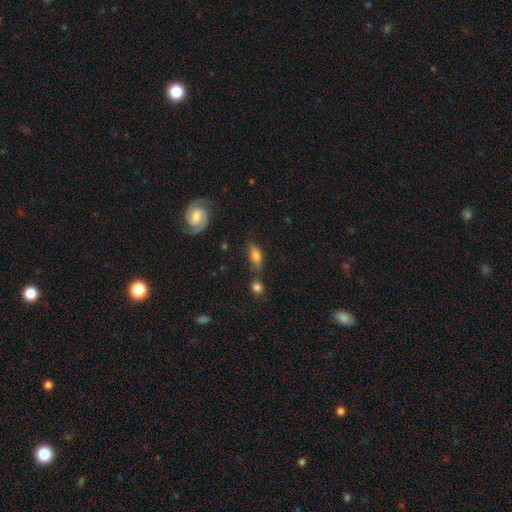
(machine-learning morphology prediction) This appears to be a smooth galaxy with no disk features (66%) that is in between round and cigar-shaped (74%). Merging: none (57%).